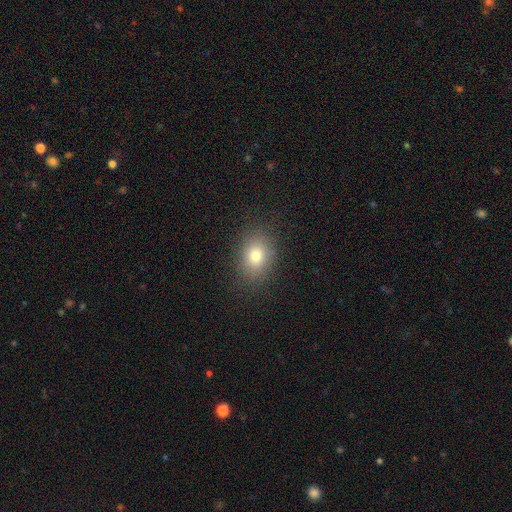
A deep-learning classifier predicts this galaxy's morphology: Overall: smooth (78%). How rounded: in between (61%; round 38%). Merging: none (87%).